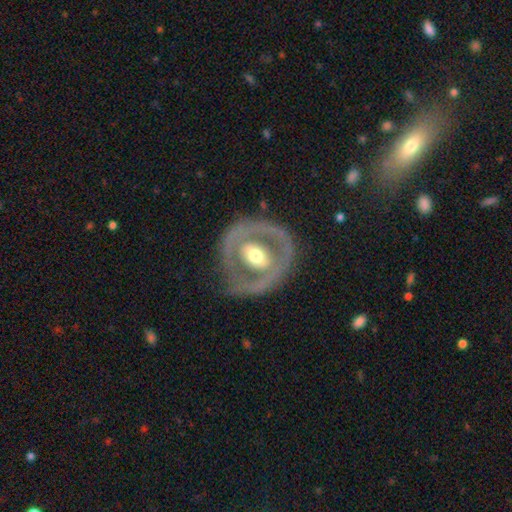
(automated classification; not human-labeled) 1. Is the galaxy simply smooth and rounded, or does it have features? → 67% featured or disk, 28% smooth, 5% star or artifact.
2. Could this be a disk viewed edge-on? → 94% no, 6% yes.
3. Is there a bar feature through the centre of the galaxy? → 53% no, 26% weak, 21% strong.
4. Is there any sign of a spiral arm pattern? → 77% no, 23% yes.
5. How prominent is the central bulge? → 70% moderate, 15% large, 12% small, 2% dominant, 1% none.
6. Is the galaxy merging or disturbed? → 73% none, 15% minor disturbance, 10% major disturbance, 2% merger.